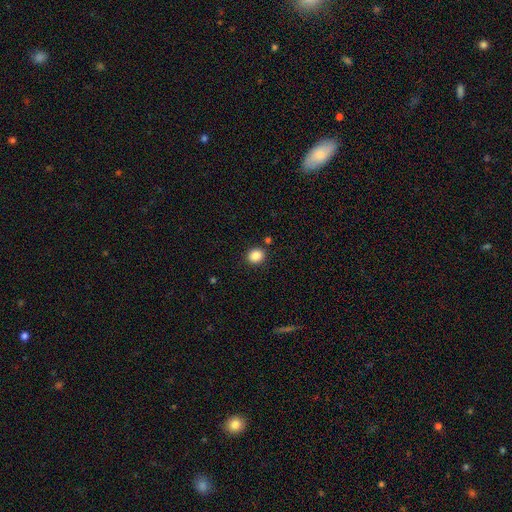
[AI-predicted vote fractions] Smooth or featured? Predicted: smooth (p=0.87). How rounded? Predicted: round (p=0.68). Merging? Predicted: none (p=0.87).